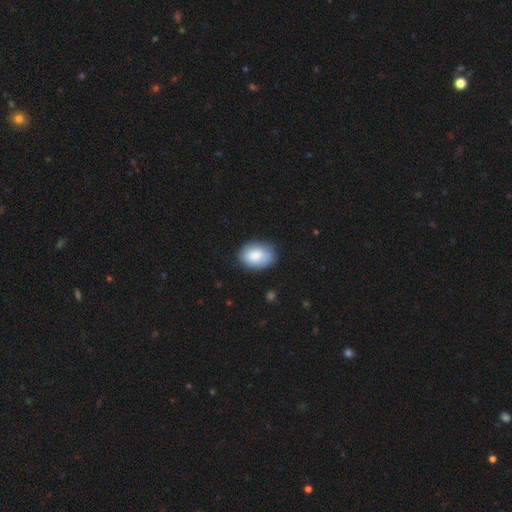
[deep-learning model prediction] smooth-or-featured: smooth: 85% | featured or disk: 9% | star or artifact: 6%
  how-rounded: in between: 81% | round: 18% | cigar-shaped: 1%
  merging: none: 76% | minor disturbance: 18% | major disturbance: 4% | merger: 1%